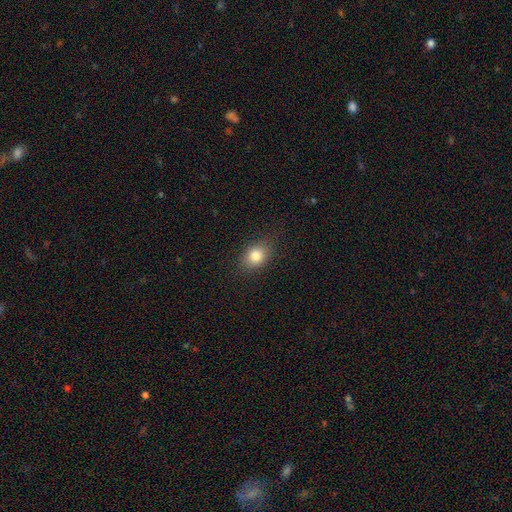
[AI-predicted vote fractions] The model was most divided on "how rounded": in between: 62%, round: 36%, cigar-shaped: 2%. More confident: merging — none (82%); smooth or featured — smooth (82%).